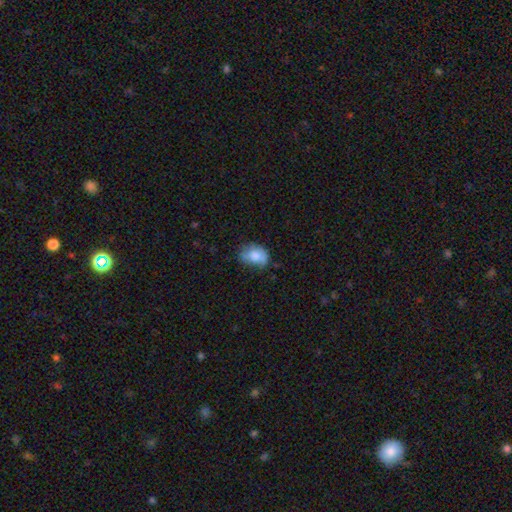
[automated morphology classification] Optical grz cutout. It shows a smooth galaxy with no disk features (76%) that is in between round and cigar-shaped (74%). Merging: none (52%).